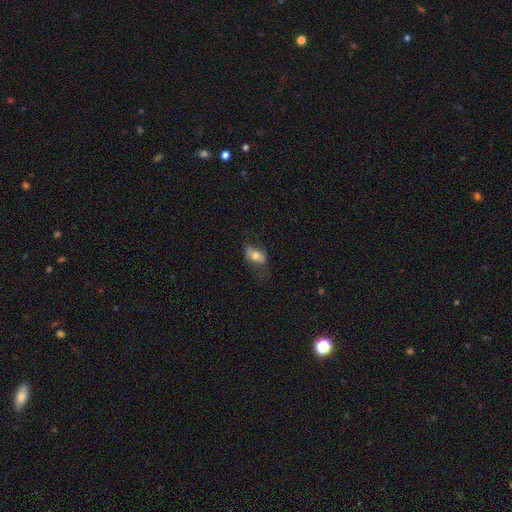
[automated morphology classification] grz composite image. It shows a smooth galaxy with no disk features (62%) that is in between round and cigar-shaped (86%). Merging: none (60%).